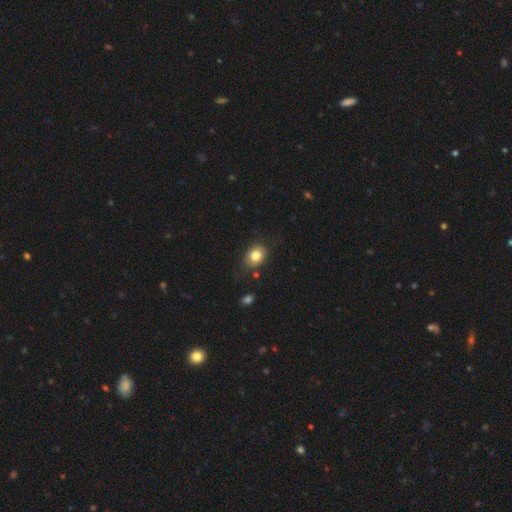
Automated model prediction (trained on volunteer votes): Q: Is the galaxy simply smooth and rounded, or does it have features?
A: smooth — 81%.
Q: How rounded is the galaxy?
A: in between — 57%.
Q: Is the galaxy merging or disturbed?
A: none — 78%.